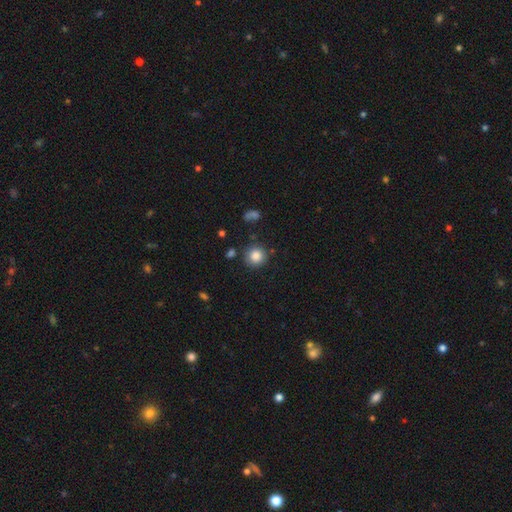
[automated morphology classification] Smooth or featured?
  - smooth: 85% *
  - star or artifact: 10%
  - featured or disk: 5%
How rounded?
  - round: 92% *
  - in between: 7%
  - cigar-shaped: 1%
Merging?
  - none: 84% *
  - minor disturbance: 9%
  - merger: 4%
  - major disturbance: 3%